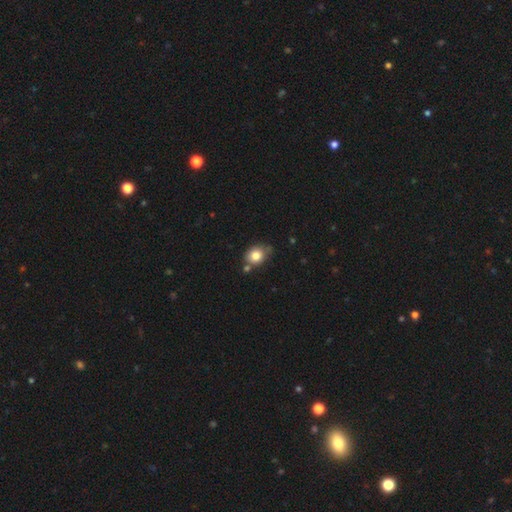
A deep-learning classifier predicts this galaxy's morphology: This appears to be a smooth galaxy with no disk features (81%) that is round (52%). Merging: none (60%).